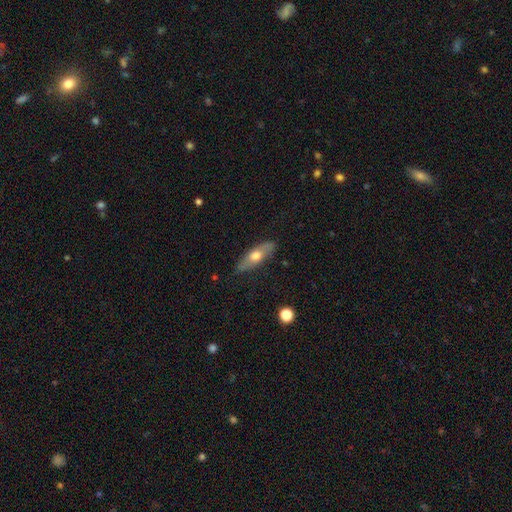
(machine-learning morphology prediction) A smooth galaxy with no disk features (55%) that is in between round and cigar-shaped (58%). Merging: none (80%).